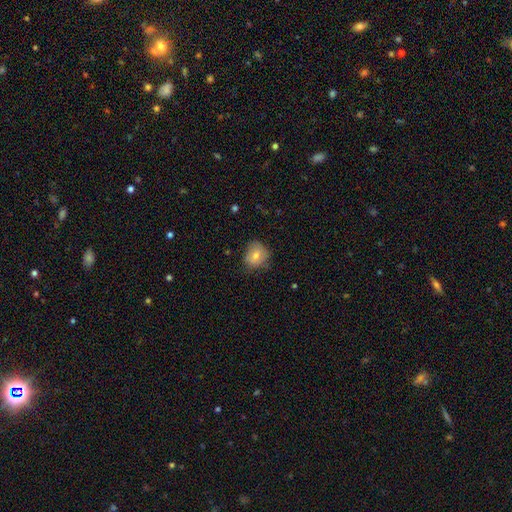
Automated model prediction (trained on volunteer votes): smooth 66%, featured or disk 24%, star or artifact 10%. Down the decision tree: how rounded — round (72%); merging — none (68%).